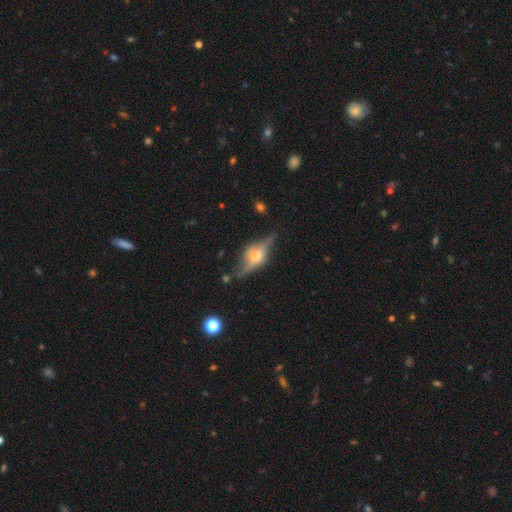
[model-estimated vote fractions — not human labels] featured or disk 79%, smooth 14%, star or artifact 7%. Down the decision tree: edge-on disk — yes (85%); edge-on bulge — rounded (86%); merging — none (70%).